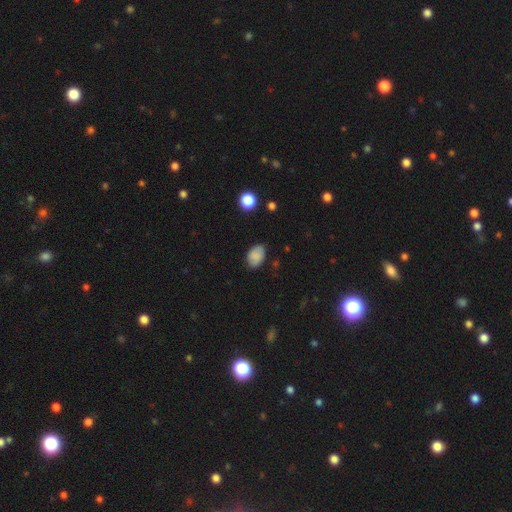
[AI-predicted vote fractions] smooth 83%, star or artifact 8%, featured or disk 8%. Down the decision tree: how rounded — in between (84%); merging — none (79%).